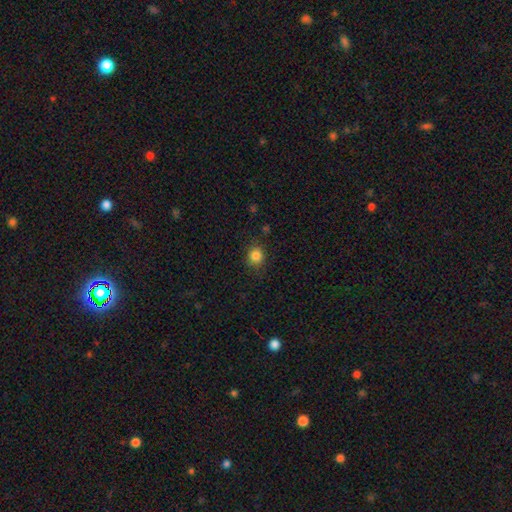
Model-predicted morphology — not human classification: Smooth or featured?
  - smooth: 84% *
  - star or artifact: 12%
  - featured or disk: 4%
How rounded?
  - round: 77% *
  - in between: 22%
  - cigar-shaped: 1%
Merging?
  - none: 83% *
  - minor disturbance: 13%
  - major disturbance: 3%
  - merger: 1%